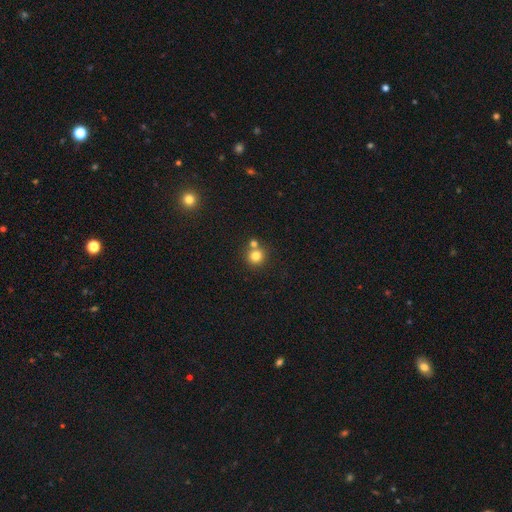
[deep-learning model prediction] Smooth or featured? Predicted: smooth (p=0.80). How rounded? Predicted: round (p=0.91). Merging? Predicted: none (p=0.63).